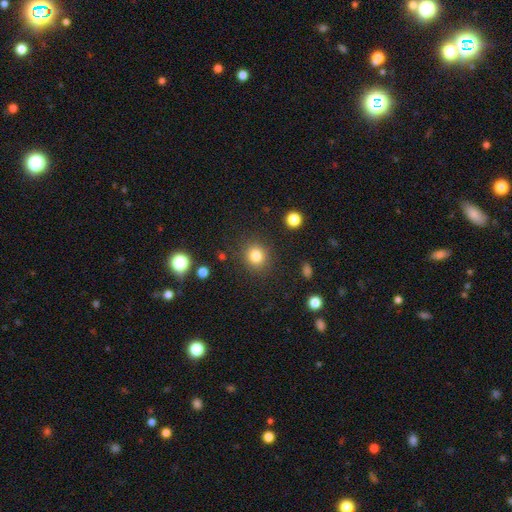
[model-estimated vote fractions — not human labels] smooth 82%, star or artifact 12%, featured or disk 6%. Down the decision tree: how rounded — round (86%); merging — none (87%).